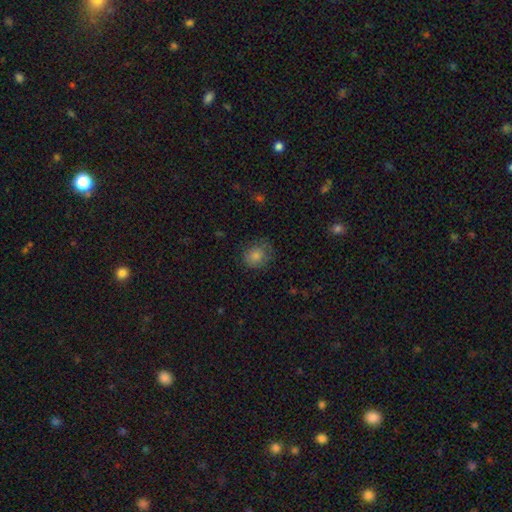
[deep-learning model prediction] smooth 78%, star or artifact 12%, featured or disk 11%. Down the decision tree: how rounded — round (72%); merging — none (71%).